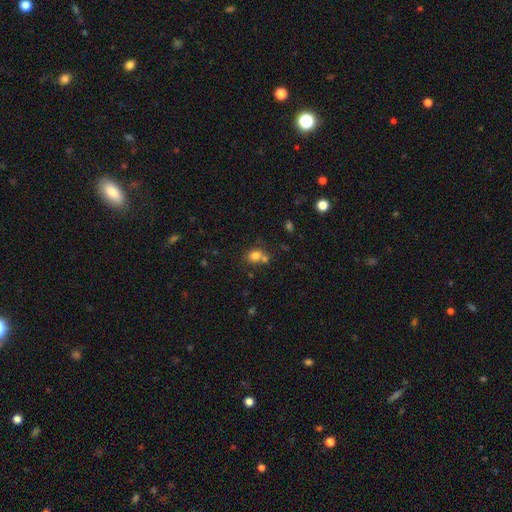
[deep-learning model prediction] Smooth or featured: smooth — 78% (star or artifact — 13%)
How rounded: round — 67% (in between — 32%)
Merging: none — 51% (merger — 35%)